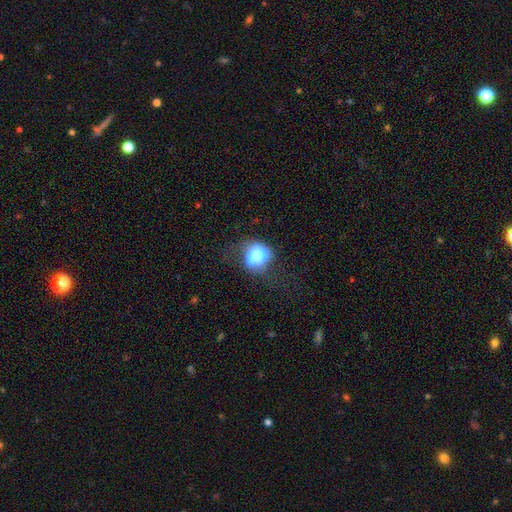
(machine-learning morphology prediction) Smooth or featured?
  - smooth: 62% *
  - featured or disk: 26%
  - star or artifact: 12%
How rounded?
  - in between: 56% *
  - round: 43%
  - cigar-shaped: 2%
Merging?
  - merger: 30% *
  - none: 29%
  - major disturbance: 22%
  - minor disturbance: 20%